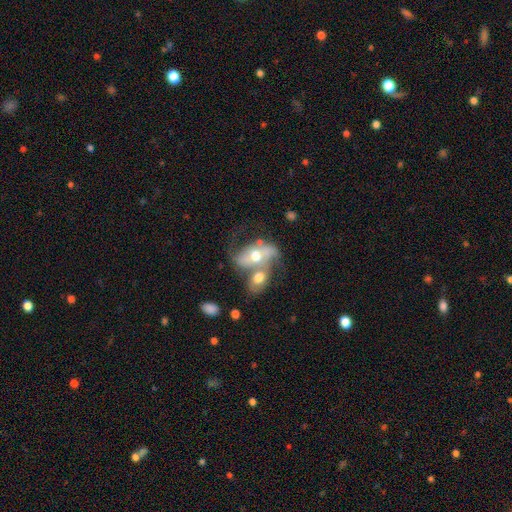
Smooth or featured? featured or disk (68%)
Edge-on disk? no (88%)
Bar? no (64%)
Spiral arms? yes (50%, tied with no)
Spiral winding? loose (73%)
Spiral arm count? 2 (100%)
Bulge size? moderate (45%)
Merging? merger (46%)